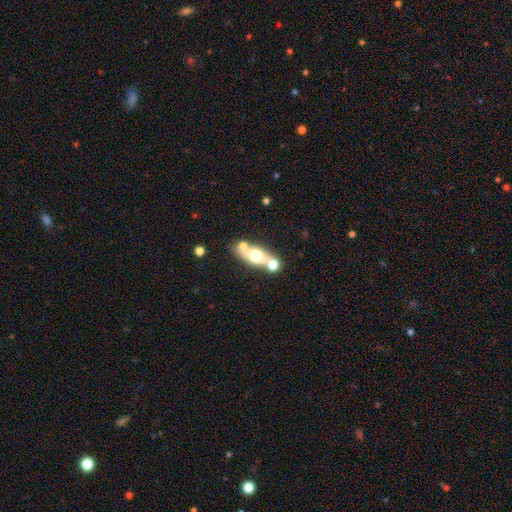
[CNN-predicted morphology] Overall: smooth (50%; featured or disk 42%). How rounded: in between (59%; cigar-shaped 30%). Merging: none (59%; merger 25%).